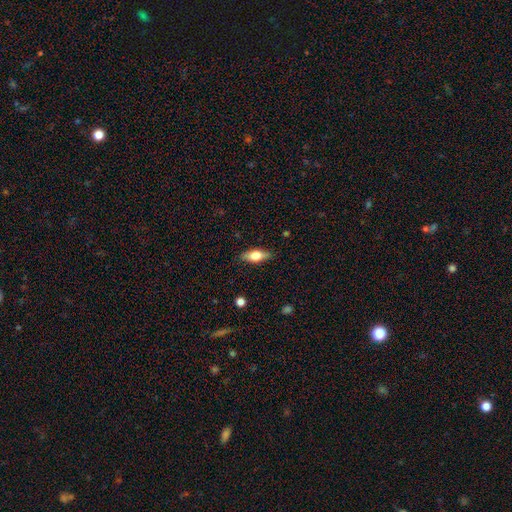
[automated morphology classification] Smooth or featured? Predicted: smooth (p=0.65). How rounded? Predicted: in between (p=0.76). Merging? Predicted: none (p=0.86).